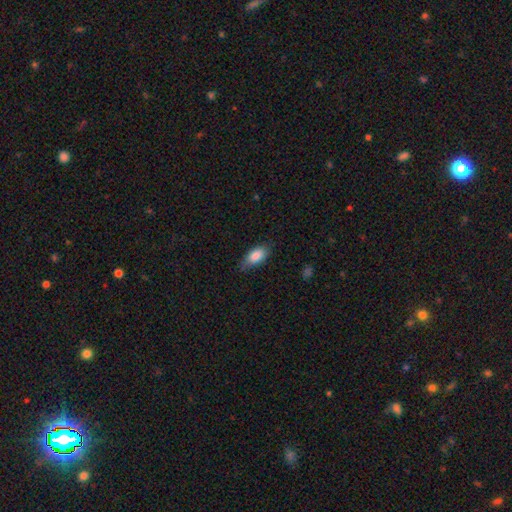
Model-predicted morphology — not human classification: type=smooth (84%); roundness=in between (89%); merging=none (71%).